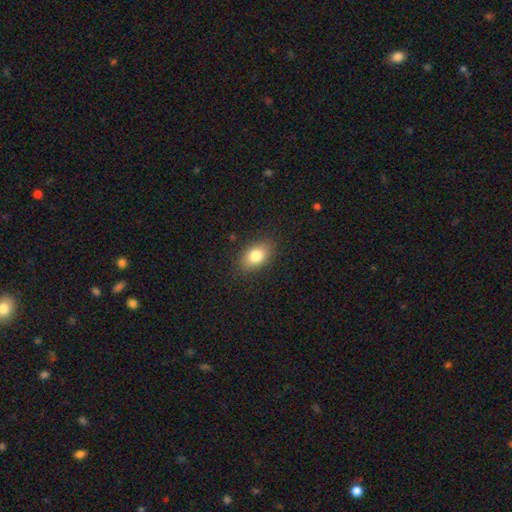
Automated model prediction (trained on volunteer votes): Q: Smooth or featured?
A: smooth (81%); runner-up: featured or disk (11%)
Q: How rounded?
A: in between (85%); runner-up: round (13%)
Q: Merging?
A: none (86%); runner-up: minor disturbance (11%)